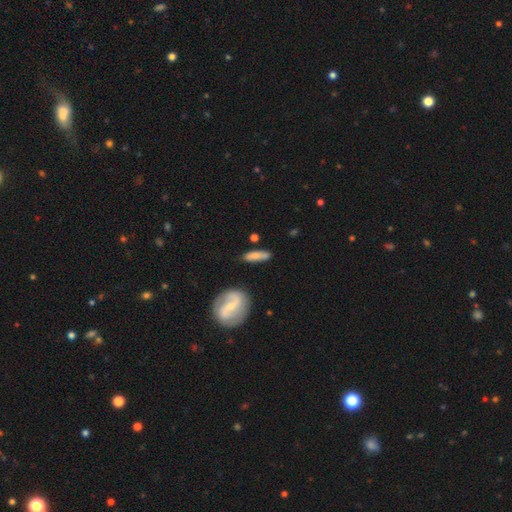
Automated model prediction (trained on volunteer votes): smooth 68%, featured or disk 25%, star or artifact 7%. Down the decision tree: how rounded — cigar-shaped (57%); merging — none (77%).